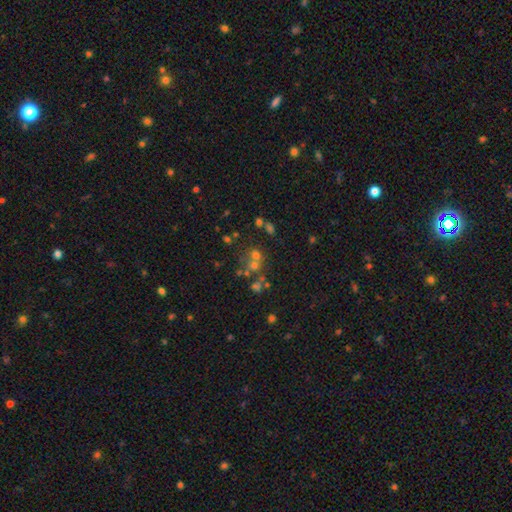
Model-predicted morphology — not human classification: smooth 49%, star or artifact 29%, featured or disk 22%. Down the decision tree: merging — none (47%).